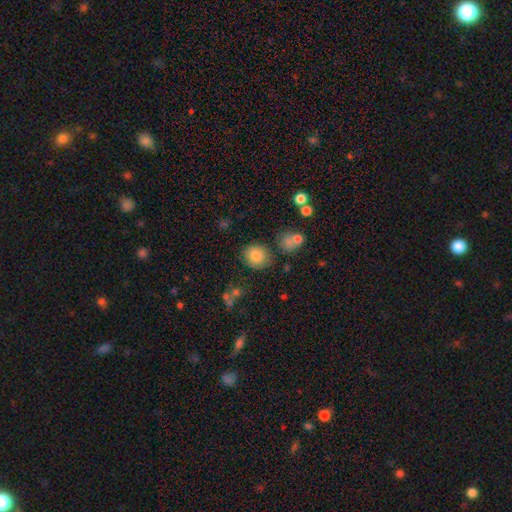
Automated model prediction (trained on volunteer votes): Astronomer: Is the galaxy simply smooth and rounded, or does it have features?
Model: smooth — 84%.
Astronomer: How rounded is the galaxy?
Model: round — 76%.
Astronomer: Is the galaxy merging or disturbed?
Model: none — 78%.